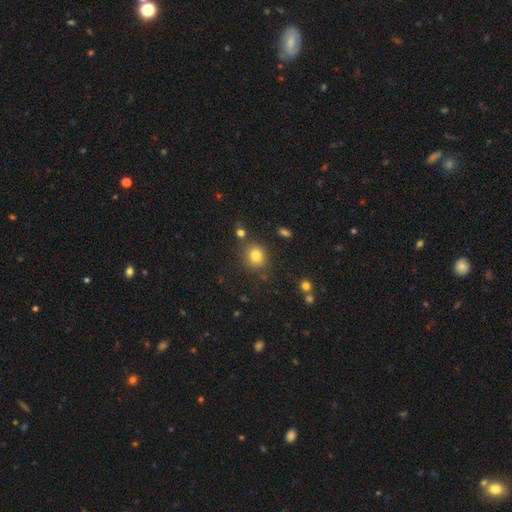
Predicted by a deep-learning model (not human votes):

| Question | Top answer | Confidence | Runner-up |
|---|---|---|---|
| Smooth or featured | smooth | 79% | star or artifact (13%) |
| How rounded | round | 77% | in between (22%) |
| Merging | none | 78% | minor disturbance (11%) |